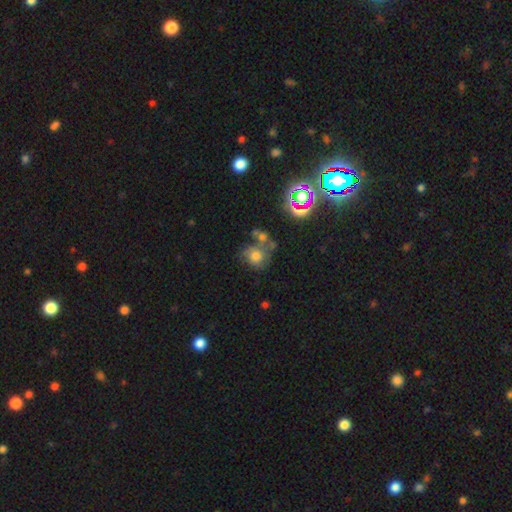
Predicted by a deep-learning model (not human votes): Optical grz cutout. It shows a smooth galaxy with no disk features (56%) that is round (74%). Merging: none (41%).